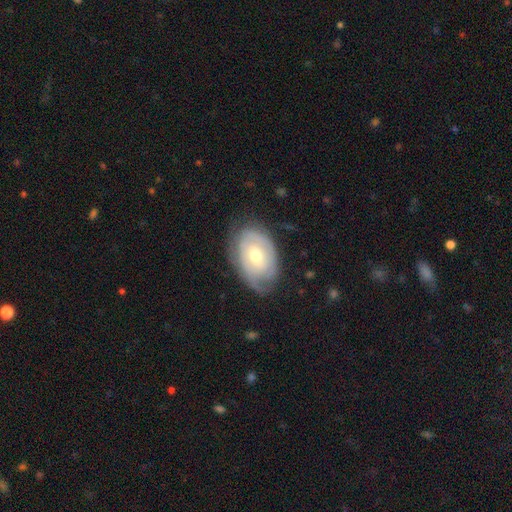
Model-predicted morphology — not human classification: Overall: featured or disk (65%; smooth 29%). Edge-on disk: no (94%). Bar: no (63%; weak 30%). Spiral arms: yes (73%). Bulge size: moderate (65%; small 29%). Merging: none (68%).